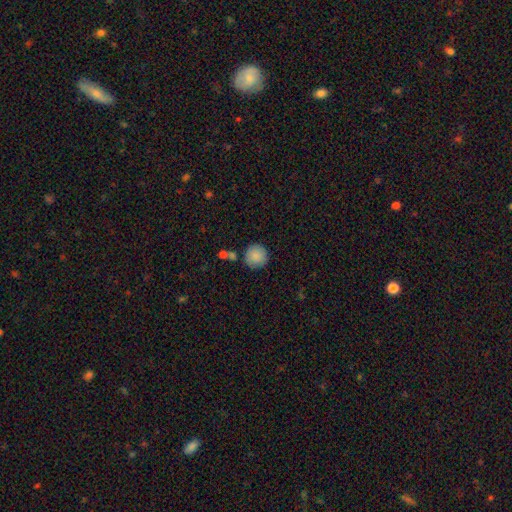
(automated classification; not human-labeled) Smooth or featured: smooth — 87% (star or artifact — 7%)
How rounded: round — 94% (in between — 5%)
Merging: none — 81% (minor disturbance — 11%)